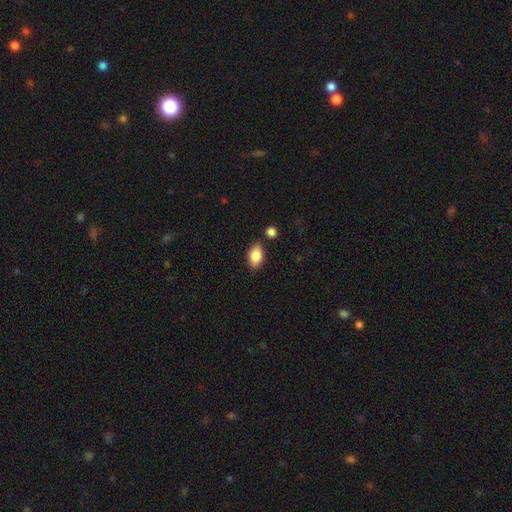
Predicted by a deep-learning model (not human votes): Morphology: type=smooth (87%); roundness=in between (90%); merging=none (81%).